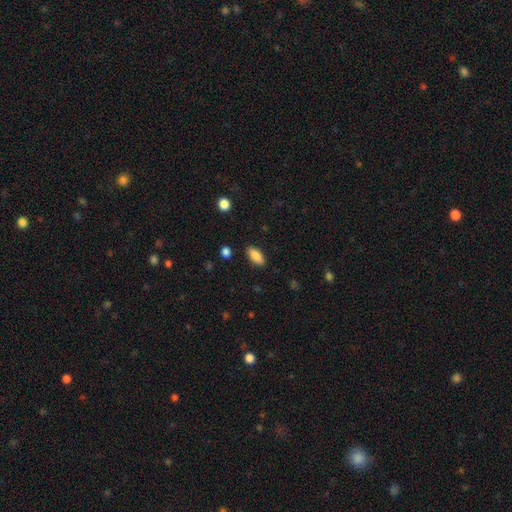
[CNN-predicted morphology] smooth 87%, star or artifact 7%, featured or disk 6%. Down the decision tree: how rounded — in between (87%); merging — none (87%).